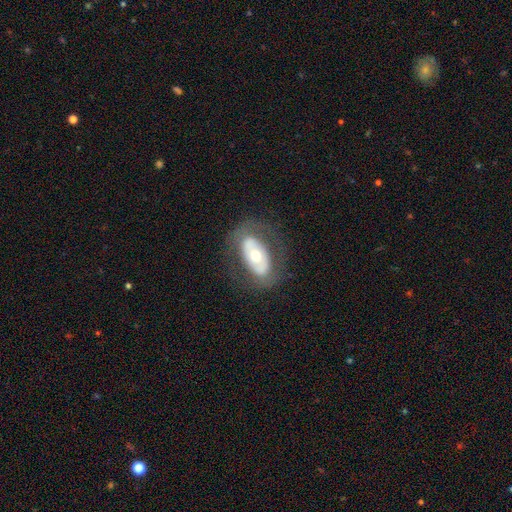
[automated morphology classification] featured or disk 54%, smooth 39%, star or artifact 6%. Down the decision tree: edge-on disk — no (89%); merging — none (75%).